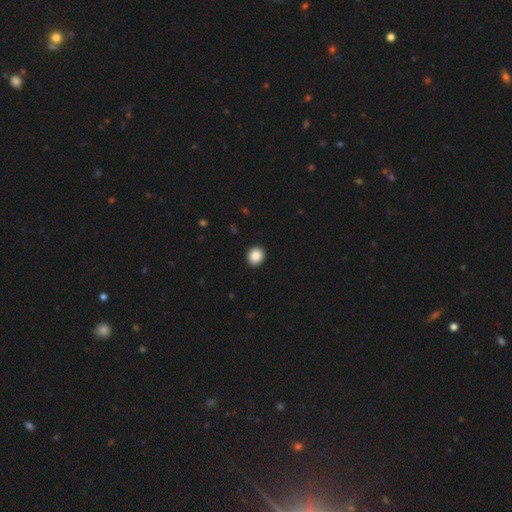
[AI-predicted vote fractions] smooth 88%, star or artifact 9%, featured or disk 3%. Down the decision tree: how rounded — round (82%); merging — none (93%).